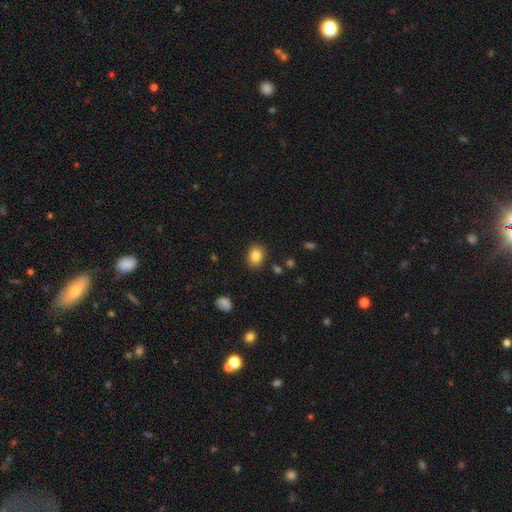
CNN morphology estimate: type=smooth (85%); roundness=in between (56%); merging=none (86%).